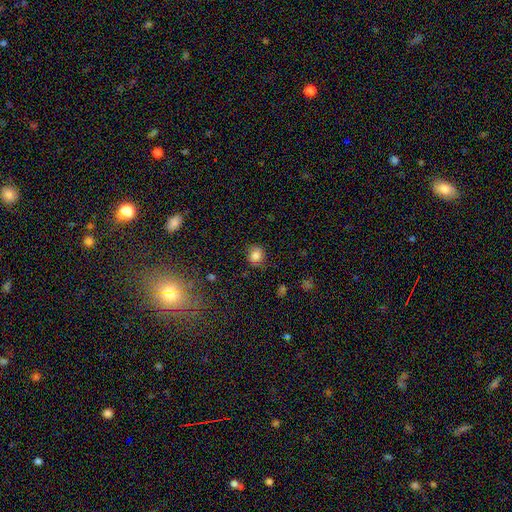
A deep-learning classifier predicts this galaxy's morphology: smooth-or-featured: smooth: 81% | star or artifact: 11% | featured or disk: 8%
  how-rounded: round: 79% | in between: 20% | cigar-shaped: 1%
  merging: none: 78% | minor disturbance: 16% | major disturbance: 4% | merger: 1%